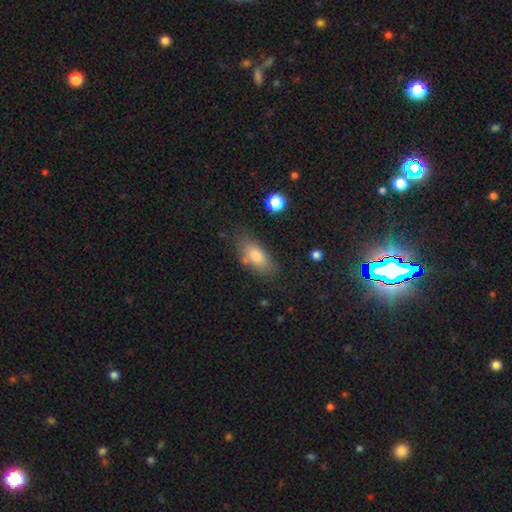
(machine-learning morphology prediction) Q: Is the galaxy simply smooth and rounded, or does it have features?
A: smooth — 80%.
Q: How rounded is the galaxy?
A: in between — 84%.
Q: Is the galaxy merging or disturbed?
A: none — 71%.